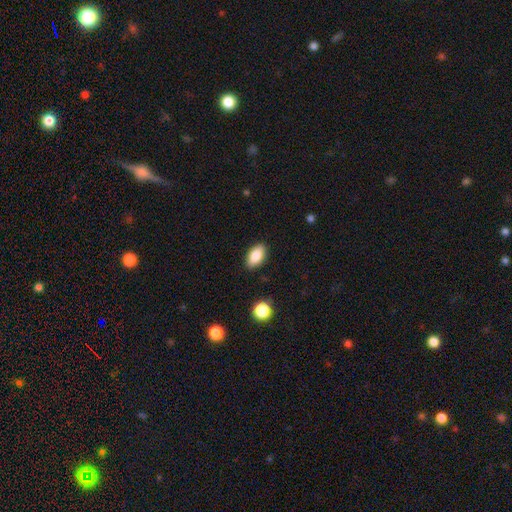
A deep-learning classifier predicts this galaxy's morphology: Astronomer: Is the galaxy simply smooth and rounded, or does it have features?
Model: smooth — 85%.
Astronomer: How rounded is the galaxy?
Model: in between — 92%.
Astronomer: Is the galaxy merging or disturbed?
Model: none — 88%.